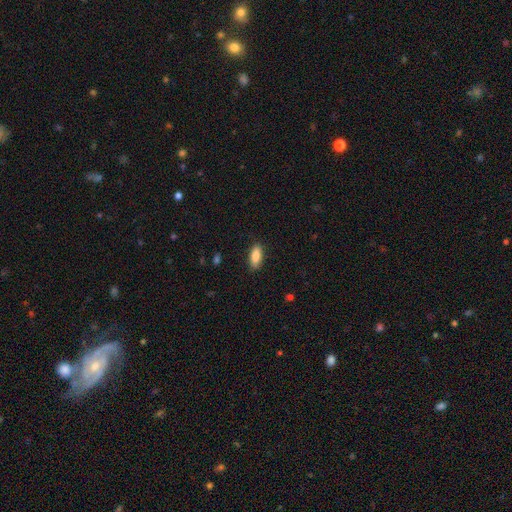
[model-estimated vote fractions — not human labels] Smooth or featured?
  - smooth: 88% *
  - star or artifact: 7%
  - featured or disk: 6%
How rounded?
  - in between: 82% *
  - cigar-shaped: 16%
  - round: 2%
Merging?
  - none: 87% *
  - minor disturbance: 10%
  - major disturbance: 2%
  - merger: 1%